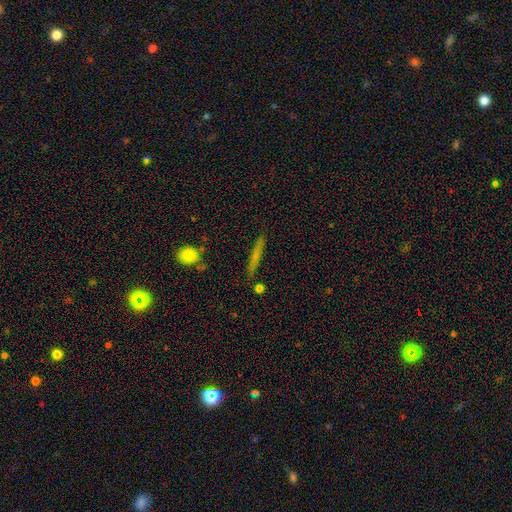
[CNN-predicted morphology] A smooth galaxy with no disk features (56%) that is cigar-shaped (92%). Merging: none (85%).